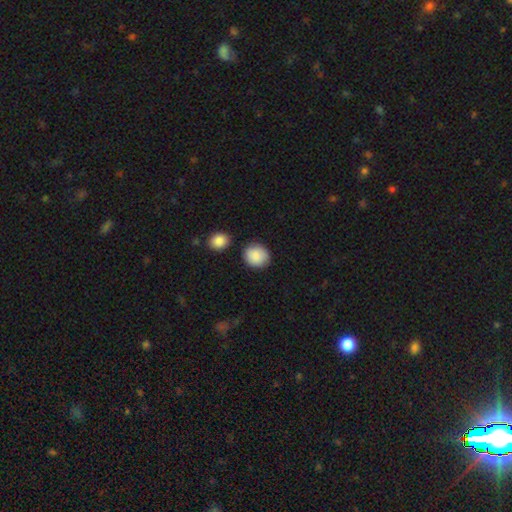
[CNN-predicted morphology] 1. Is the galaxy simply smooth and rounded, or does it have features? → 88% smooth, 7% star or artifact, 5% featured or disk.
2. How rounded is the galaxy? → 83% round, 16% in between, 1% cigar-shaped.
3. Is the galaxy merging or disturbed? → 83% none, 10% minor disturbance, 4% merger, 3% major disturbance.